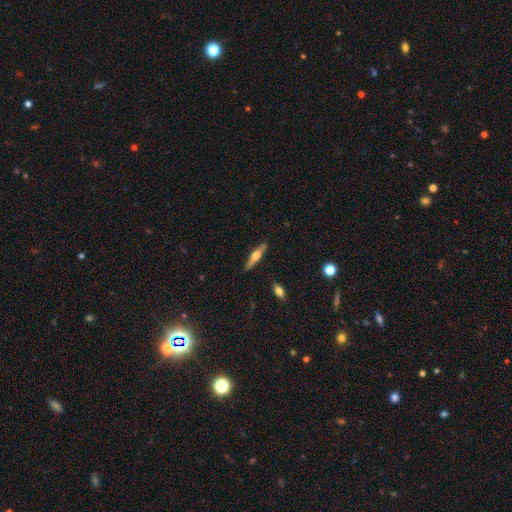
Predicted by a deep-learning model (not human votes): Smooth or featured? Predicted: featured or disk (p=0.61). Edge-on disk? Predicted: yes (p=0.96). Edge-on bulge? Predicted: rounded (p=0.93). Merging? Predicted: none (p=0.89).